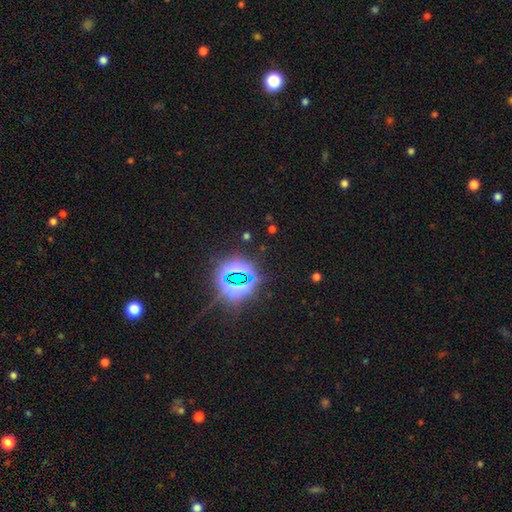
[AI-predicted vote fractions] Overall: star or artifact (82%).